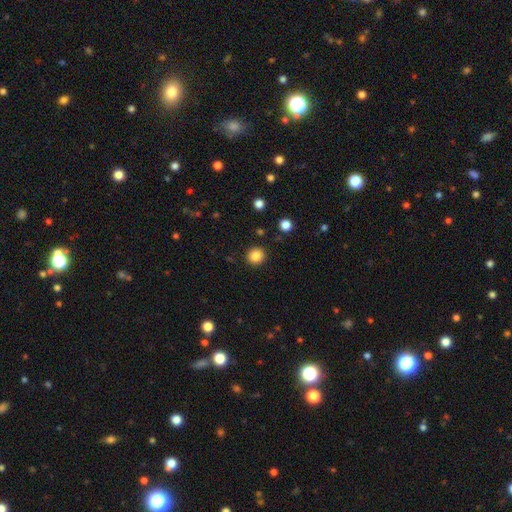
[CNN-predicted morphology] Q: Smooth or featured?
A: smooth (86%); runner-up: star or artifact (10%)
Q: How rounded?
A: round (88%); runner-up: in between (11%)
Q: Merging?
A: none (91%); runner-up: minor disturbance (6%)